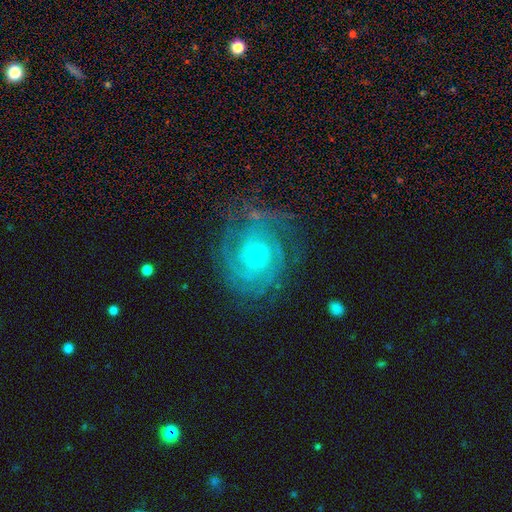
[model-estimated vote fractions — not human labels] Morphology: type=featured or disk (87%); edge-on=no (98%); bar=no (75%); spiral arms=yes (97%); winding=tight (74%); arm count=2 (25%, tied with can't tell); bulge=small (74%); merging=none (74%).